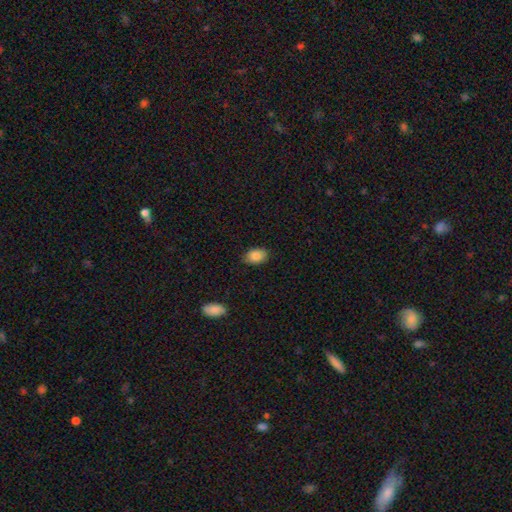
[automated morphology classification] smooth 86%, star or artifact 7%, featured or disk 7%. Down the decision tree: how rounded — in between (85%); merging — none (83%).